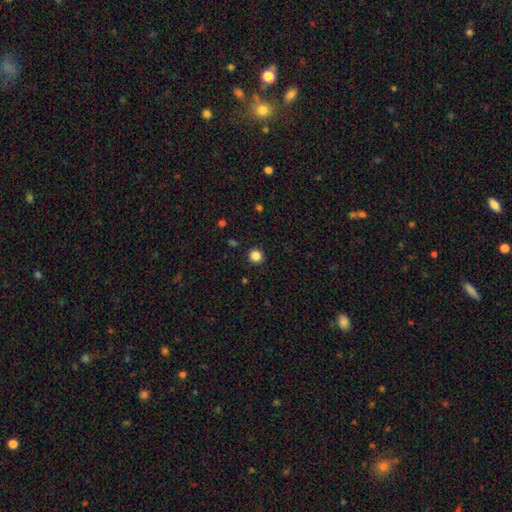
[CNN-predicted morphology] The model was most divided on "smooth or featured": smooth: 85%, star or artifact: 12%, featured or disk: 4%. More confident: how rounded — round (92%); merging — none (91%).